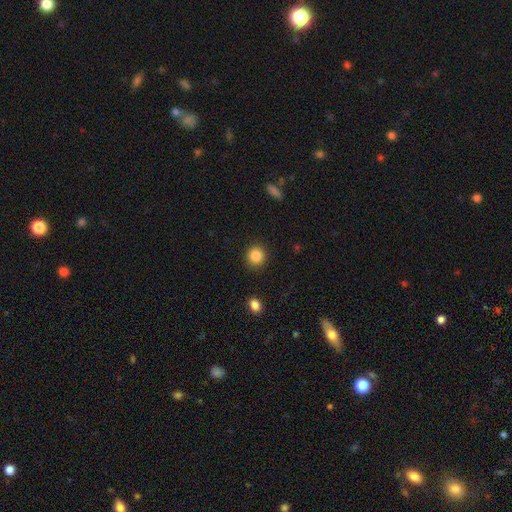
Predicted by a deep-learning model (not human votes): Smooth or featured? smooth (87%)
How rounded? round (90%)
Merging? none (89%)